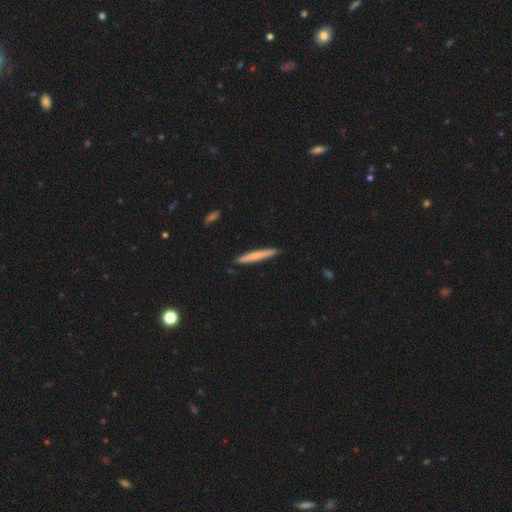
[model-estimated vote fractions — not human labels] Smooth or featured?
  - smooth: 66% *
  - featured or disk: 28%
  - star or artifact: 5%
How rounded?
  - cigar-shaped: 96% *
  - in between: 3%
  - round: 1%
Merging?
  - none: 90% *
  - minor disturbance: 8%
  - major disturbance: 1%
  - merger: 1%